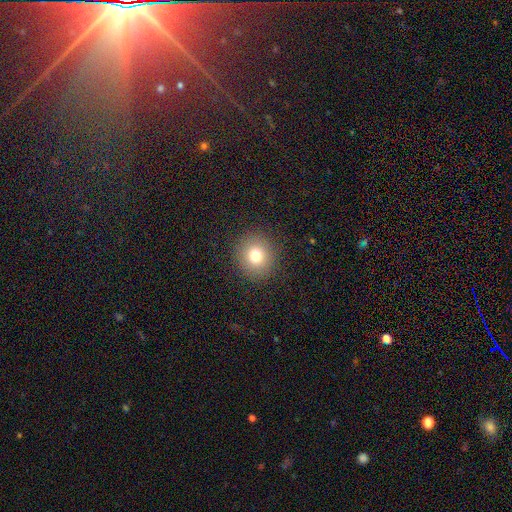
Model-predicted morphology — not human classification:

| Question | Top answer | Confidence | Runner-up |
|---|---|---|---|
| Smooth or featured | smooth | 77% | star or artifact (13%) |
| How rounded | round | 87% | in between (12%) |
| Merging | none | 90% | minor disturbance (6%) |